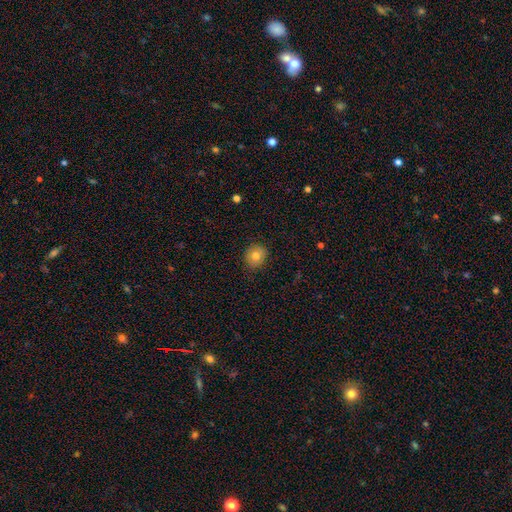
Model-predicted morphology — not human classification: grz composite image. It shows a smooth galaxy with no disk features (77%) that is round (83%). Merging: none (87%).